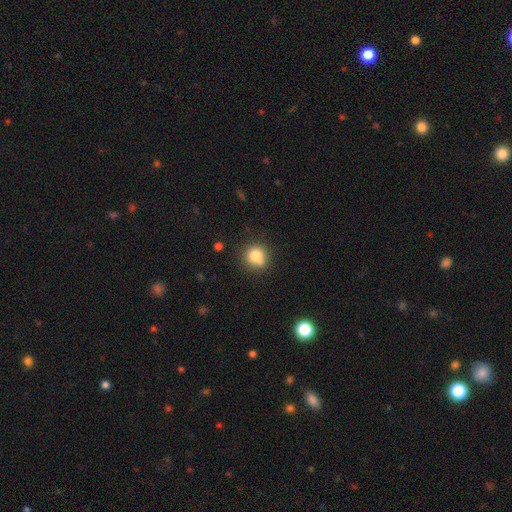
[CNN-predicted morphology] Smooth or featured?
  - smooth: 79% *
  - star or artifact: 11%
  - featured or disk: 10%
How rounded?
  - round: 83% *
  - in between: 16%
  - cigar-shaped: 1%
Merging?
  - none: 63% *
  - minor disturbance: 20%
  - merger: 12%
  - major disturbance: 6%